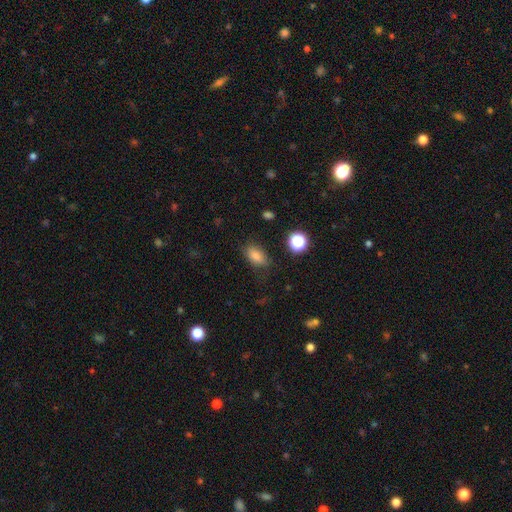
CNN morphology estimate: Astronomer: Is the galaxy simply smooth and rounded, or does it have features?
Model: smooth — 80%.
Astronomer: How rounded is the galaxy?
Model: in between — 84%.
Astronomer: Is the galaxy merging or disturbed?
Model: none — 77%.